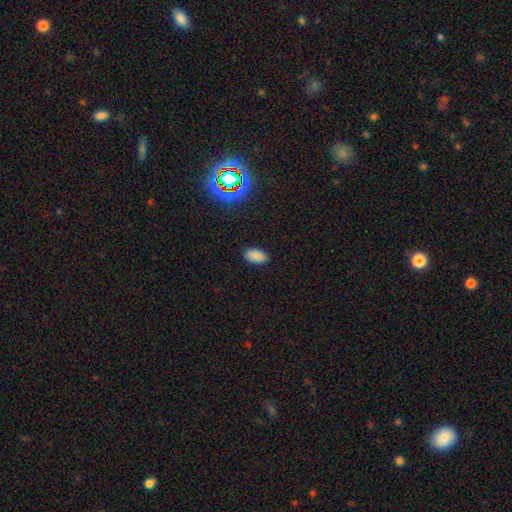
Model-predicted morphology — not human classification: smooth 84%, star or artifact 11%, featured or disk 5%. Down the decision tree: how rounded — in between (94%); merging — none (86%).